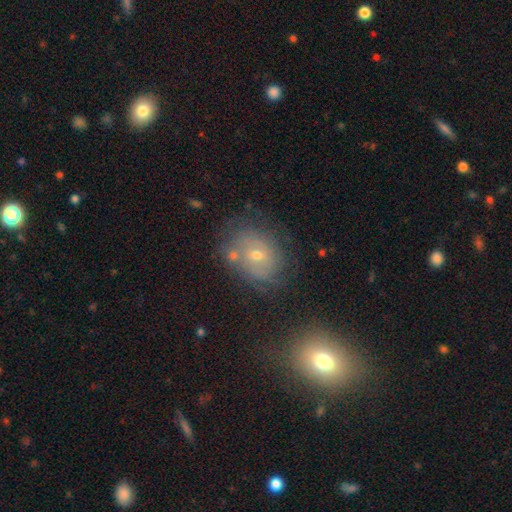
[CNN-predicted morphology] Overall: featured or disk (46%; smooth 40%). Merging: none (61%).